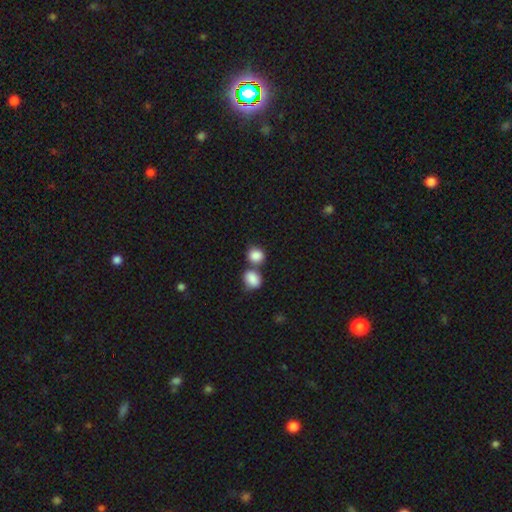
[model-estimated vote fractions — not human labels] Q: Smooth or featured?
A: smooth (86%); runner-up: star or artifact (8%)
Q: How rounded?
A: round (59%); runner-up: in between (39%)
Q: Merging?
A: merger (45%); runner-up: none (41%)